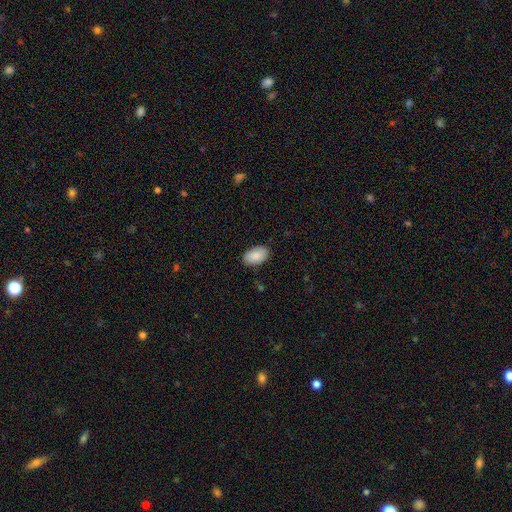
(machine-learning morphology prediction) Smooth or featured? smooth (87%)
How rounded? in between (94%)
Merging? none (87%)